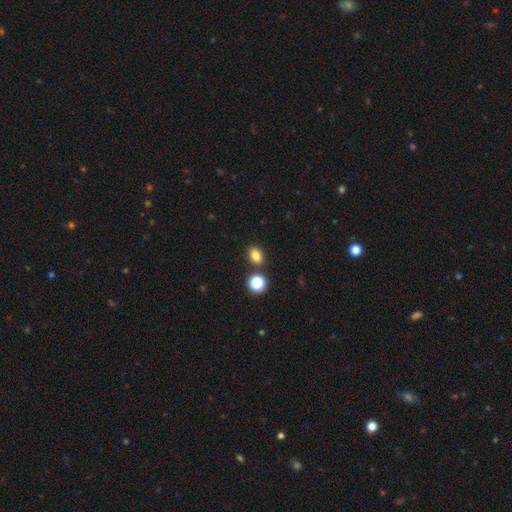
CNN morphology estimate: smooth 81%, star or artifact 13%, featured or disk 6%. Down the decision tree: how rounded — in between (64%); merging — none (81%).